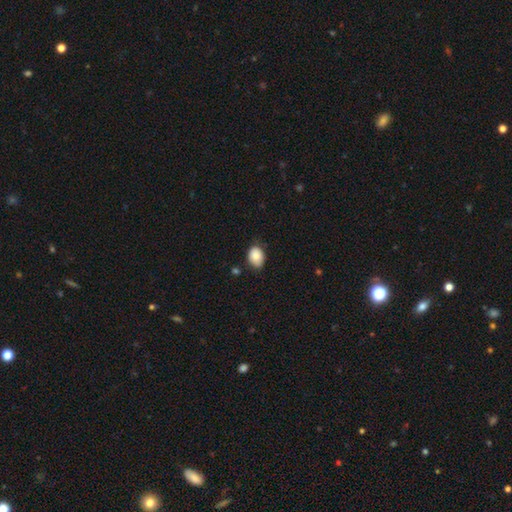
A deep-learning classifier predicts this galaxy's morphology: Q: Smooth or featured?
A: smooth (85%); runner-up: star or artifact (8%)
Q: How rounded?
A: in between (72%); runner-up: round (27%)
Q: Merging?
A: none (65%); runner-up: minor disturbance (28%)